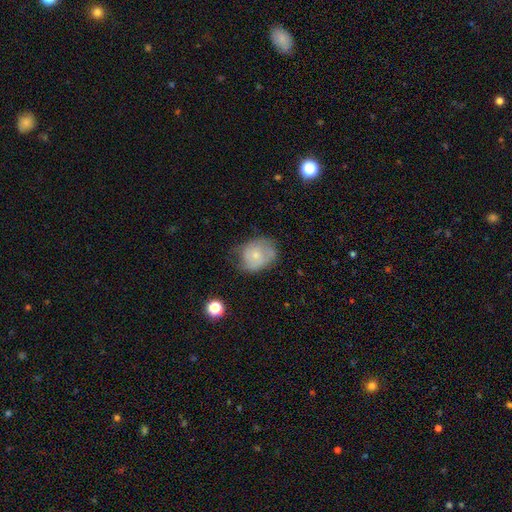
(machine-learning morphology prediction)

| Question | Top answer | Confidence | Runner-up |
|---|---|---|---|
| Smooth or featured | smooth | 49% | featured or disk (43%) |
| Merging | none | 47% | minor disturbance (34%) |